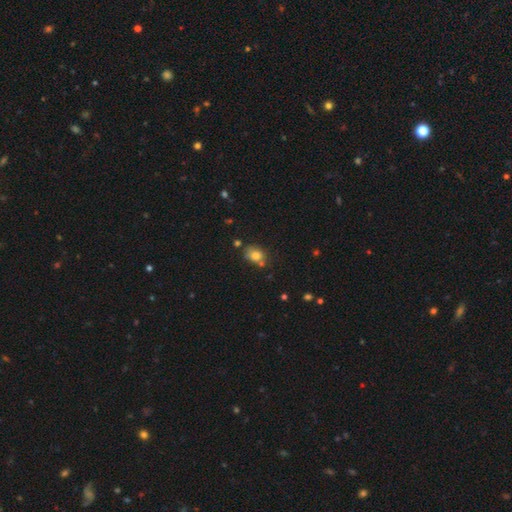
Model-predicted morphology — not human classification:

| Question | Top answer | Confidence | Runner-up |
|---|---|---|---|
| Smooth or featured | smooth | 77% | star or artifact (12%) |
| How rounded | in between | 50% | round (49%) |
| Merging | none | 58% | minor disturbance (21%) |